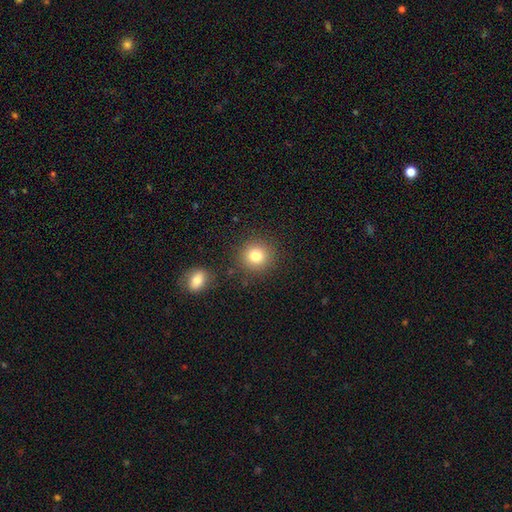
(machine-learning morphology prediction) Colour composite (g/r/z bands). It shows a smooth galaxy with no disk features (80%) that is round (91%). Merging: none (85%).